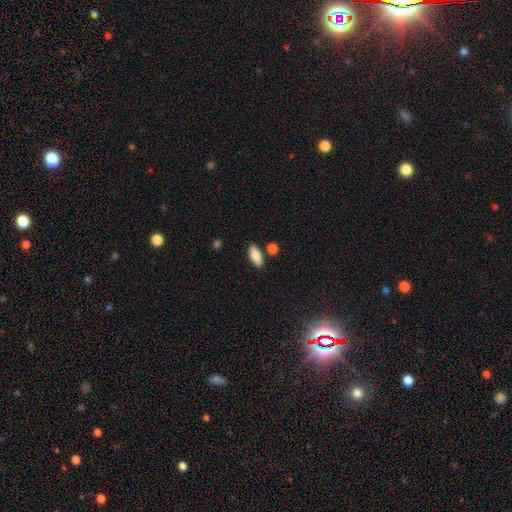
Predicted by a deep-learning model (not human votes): Morphology: type=smooth (85%); roundness=in between (85%); merging=none (81%).